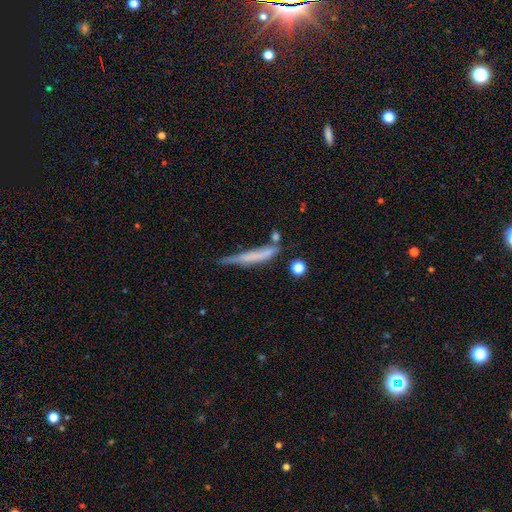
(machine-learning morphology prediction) Smooth or featured?
  - smooth: 56% *
  - featured or disk: 35%
  - star or artifact: 9%
How rounded?
  - cigar-shaped: 91% *
  - in between: 7%
  - round: 2%
Merging?
  - none: 45% *
  - minor disturbance: 28%
  - major disturbance: 14%
  - merger: 12%